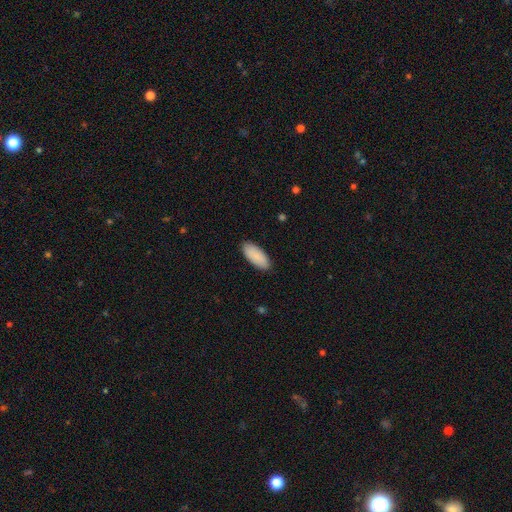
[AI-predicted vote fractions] A smooth galaxy with no disk features (90%) that is in between round and cigar-shaped (88%).

Vote fractions:
- Smooth or featured? smooth: 90% / star or artifact: 5% / featured or disk: 4%
- How rounded? in between: 88% / cigar-shaped: 11% / round: 1%
- Merging? none: 89% / minor disturbance: 9% / major disturbance: 2% / merger: 1%